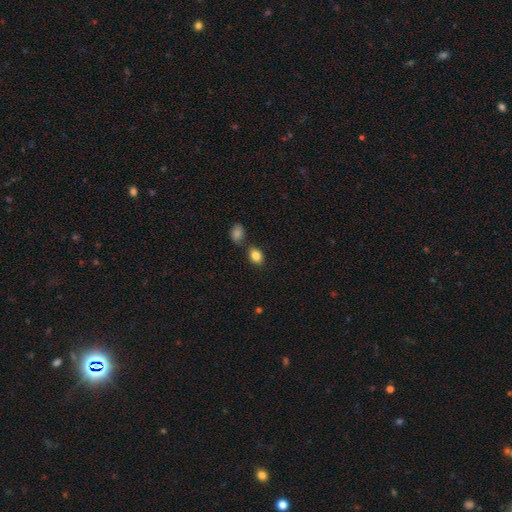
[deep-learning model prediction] Smooth or featured? smooth (85%)
How rounded? in between (78%)
Merging? none (70%)